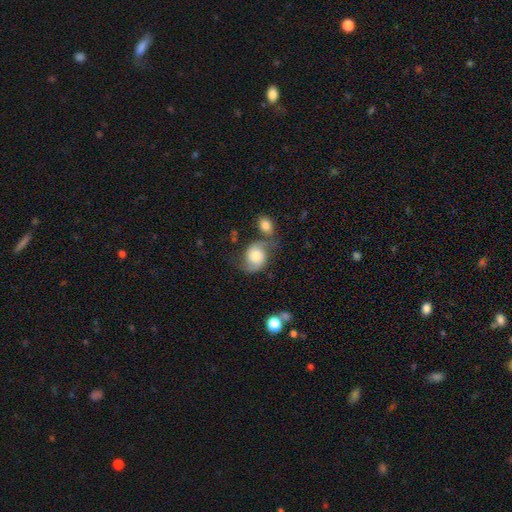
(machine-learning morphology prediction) This appears to be a featured or disk galaxy (65%) with no bar (71%), 2 (91%) loose (45%) spiral arms (92%) and a moderate central bulge (45%). Merging: none (52%).